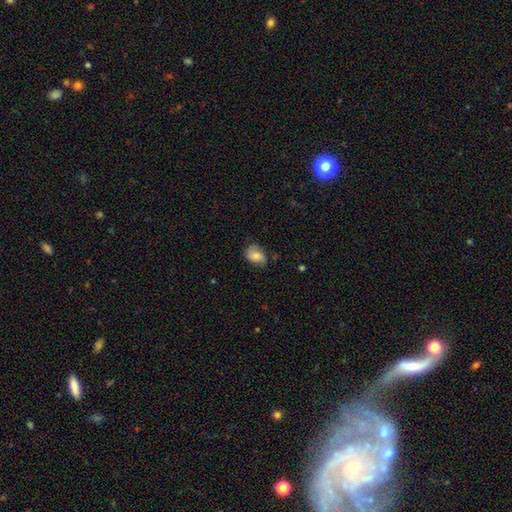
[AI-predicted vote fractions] Smooth or featured: smooth — 70% (featured or disk — 22%)
How rounded: in between — 65% (round — 34%)
Merging: none — 62% (minor disturbance — 29%)